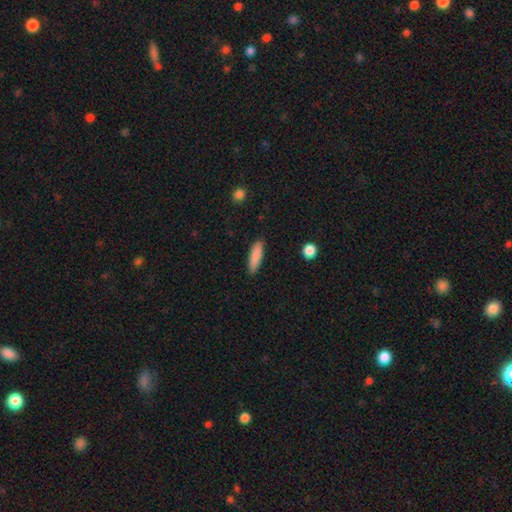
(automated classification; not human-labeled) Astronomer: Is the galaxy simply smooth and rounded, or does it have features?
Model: smooth — 86%.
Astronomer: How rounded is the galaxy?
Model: cigar-shaped — 65%.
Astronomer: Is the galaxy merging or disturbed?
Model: none — 87%.